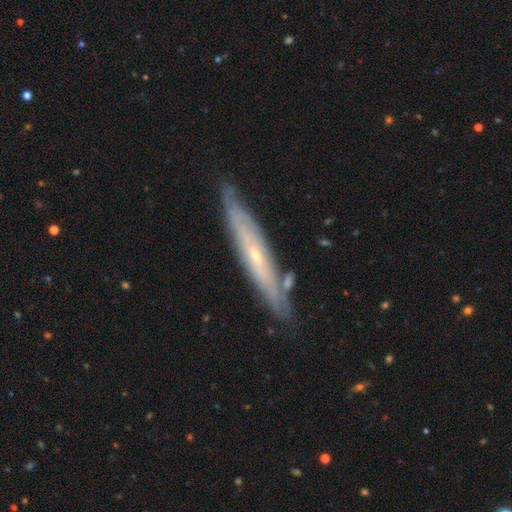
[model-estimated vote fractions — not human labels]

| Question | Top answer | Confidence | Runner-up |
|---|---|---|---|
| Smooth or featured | featured or disk | 75% | smooth (19%) |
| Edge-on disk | yes | 63% | no (37%) |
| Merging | none | 80% | minor disturbance (15%) |